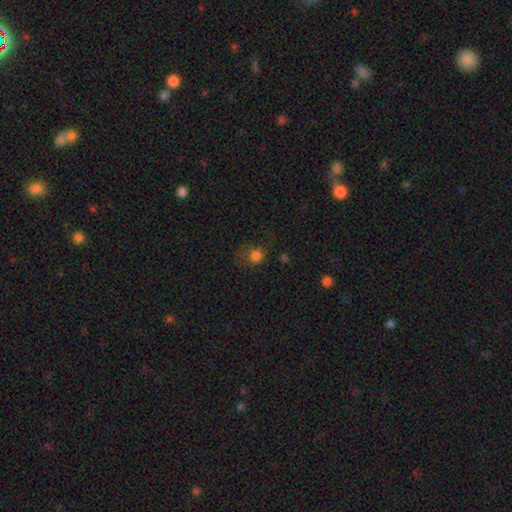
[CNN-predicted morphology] Smooth or featured? smooth (70%)
How rounded? round (72%)
Merging? none (47%)